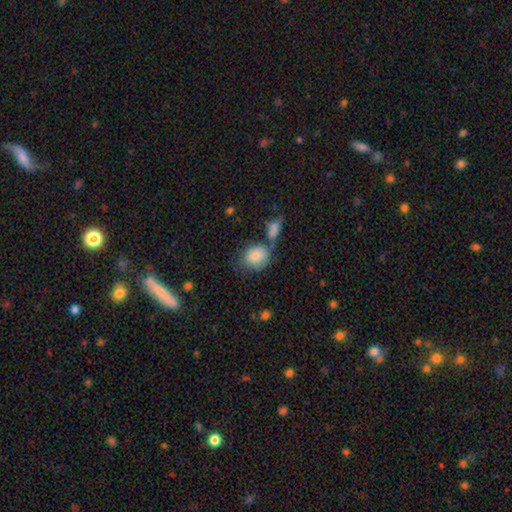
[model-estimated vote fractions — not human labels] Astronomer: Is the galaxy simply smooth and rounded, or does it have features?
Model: smooth — 84%.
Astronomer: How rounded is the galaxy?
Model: round — 50% (runner-up: in between, 49%).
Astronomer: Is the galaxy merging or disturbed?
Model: none — 52%.